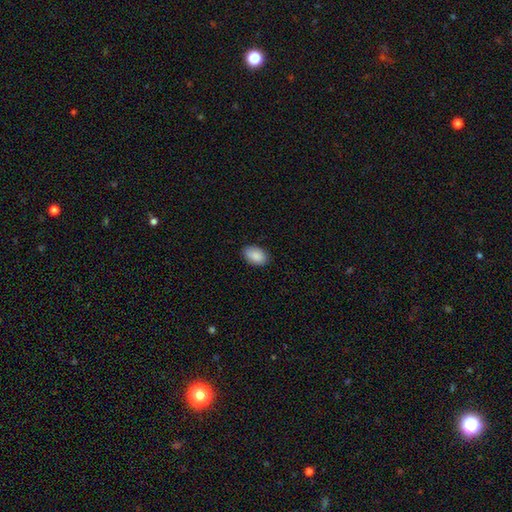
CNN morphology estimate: Overall: smooth (89%). How rounded: in between (90%). Merging: none (85%).